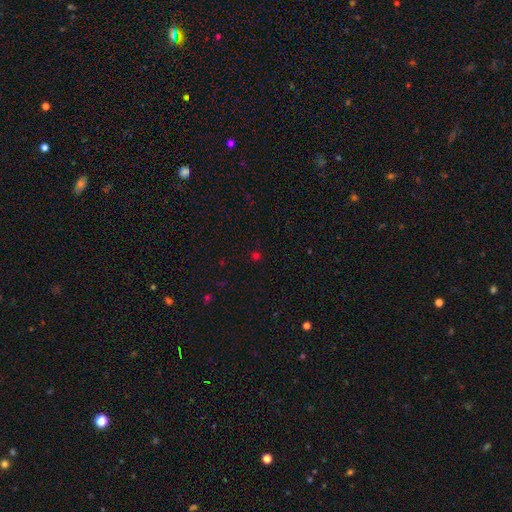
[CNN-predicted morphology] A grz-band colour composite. It shows a smooth galaxy with no disk features (55%) that is round (87%). Merging: none (85%).